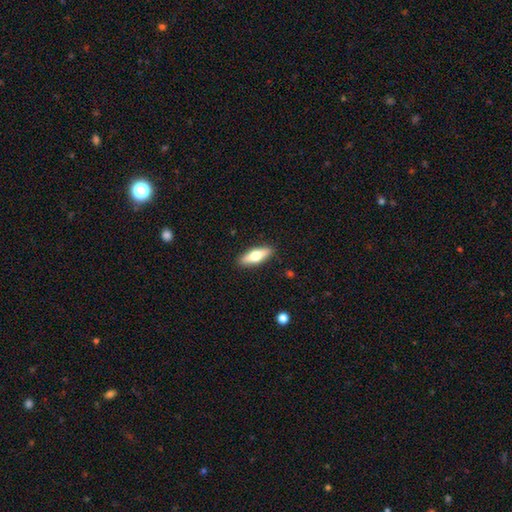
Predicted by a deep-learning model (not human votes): Smooth or featured: smooth — 58% (featured or disk — 36%)
How rounded: in between — 51% (cigar-shaped — 47%)
Merging: none — 90% (minor disturbance — 7%)